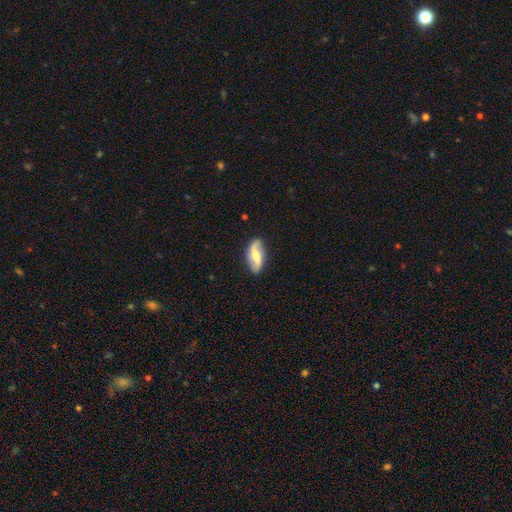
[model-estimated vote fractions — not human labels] This appears to be a featured or disk galaxy (65%) with a weak bar (42%), 2 (91%) loose (78%) spiral arms (91%) and a moderate central bulge (41%). Merging: none (82%).